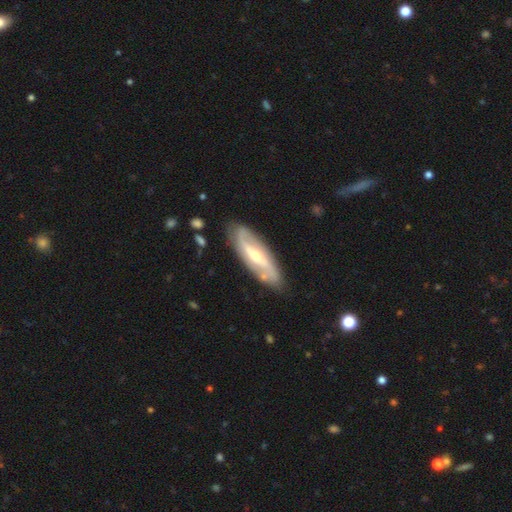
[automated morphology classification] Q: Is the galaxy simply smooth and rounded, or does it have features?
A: featured or disk — 79%.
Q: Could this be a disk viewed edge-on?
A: no — 84%.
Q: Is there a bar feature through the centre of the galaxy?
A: strong — 41%.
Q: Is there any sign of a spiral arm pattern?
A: yes — 89%.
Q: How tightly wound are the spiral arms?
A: loose — 45%.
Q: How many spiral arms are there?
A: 2 — 86%.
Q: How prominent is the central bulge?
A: moderate — 50%.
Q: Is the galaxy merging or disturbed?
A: none — 83%.